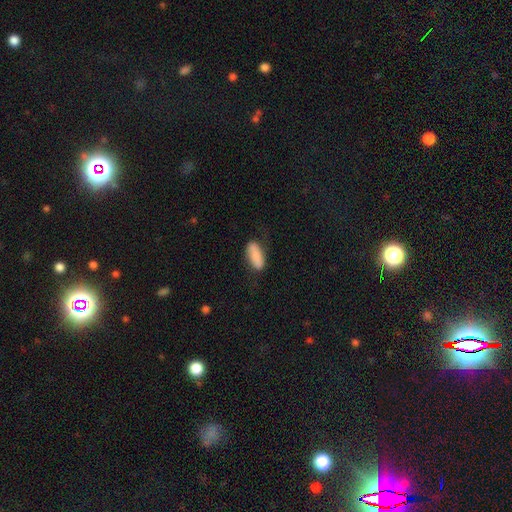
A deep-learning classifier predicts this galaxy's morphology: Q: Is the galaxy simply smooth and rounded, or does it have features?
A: smooth — 83%.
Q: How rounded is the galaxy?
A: in between — 80%.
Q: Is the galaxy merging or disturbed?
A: none — 71%.